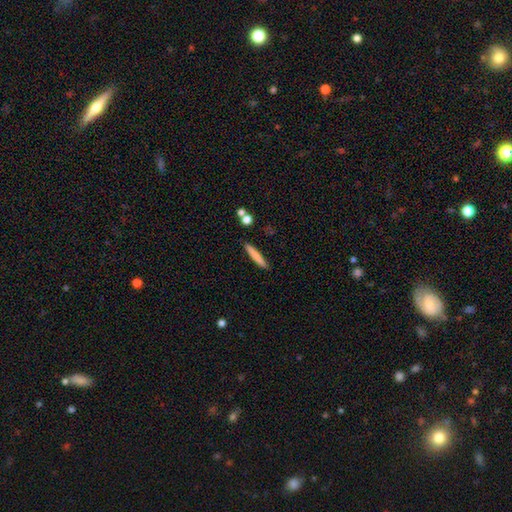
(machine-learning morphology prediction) smooth-or-featured: smooth: 74% | featured or disk: 20% | star or artifact: 6%
  how-rounded: cigar-shaped: 93% | in between: 5% | round: 2%
  merging: none: 88% | minor disturbance: 7% | merger: 3% | major disturbance: 2%